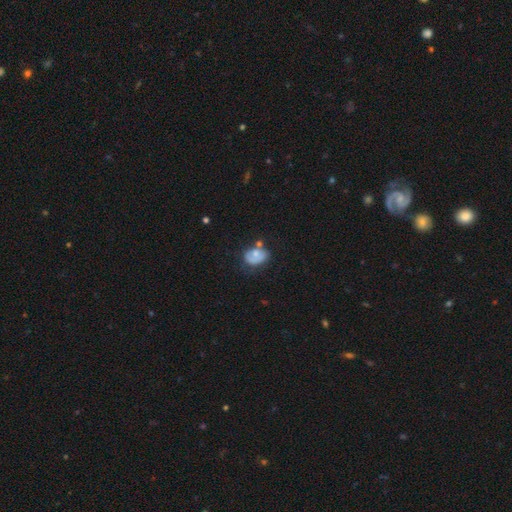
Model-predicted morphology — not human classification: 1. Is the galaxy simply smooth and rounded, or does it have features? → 60% smooth, 32% featured or disk, 9% star or artifact.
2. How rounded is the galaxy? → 67% in between, 32% round, 1% cigar-shaped.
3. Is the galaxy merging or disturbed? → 43% none, 29% minor disturbance, 16% merger, 12% major disturbance.